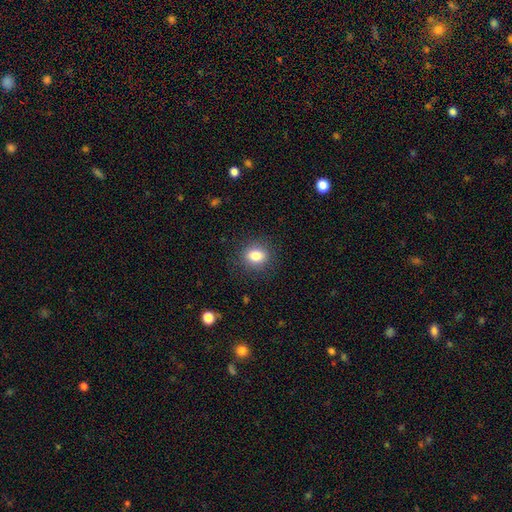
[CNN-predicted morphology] This is clearly a smooth galaxy (82%). How rounded: likely round (65%). Merging: clearly none (87%).